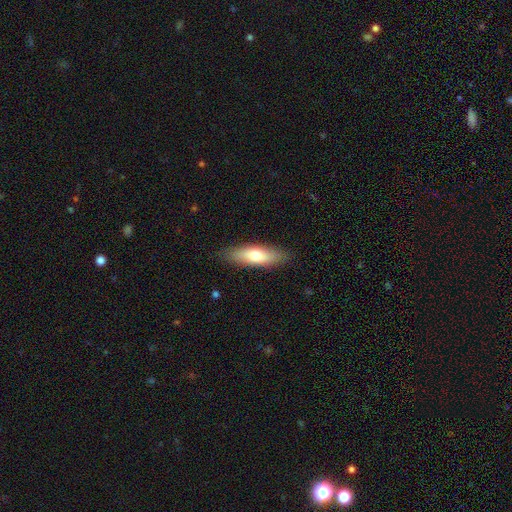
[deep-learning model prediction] This appears to be a smooth galaxy with no disk features (70%) that is in between round and cigar-shaped (52%). Merging: none (86%).